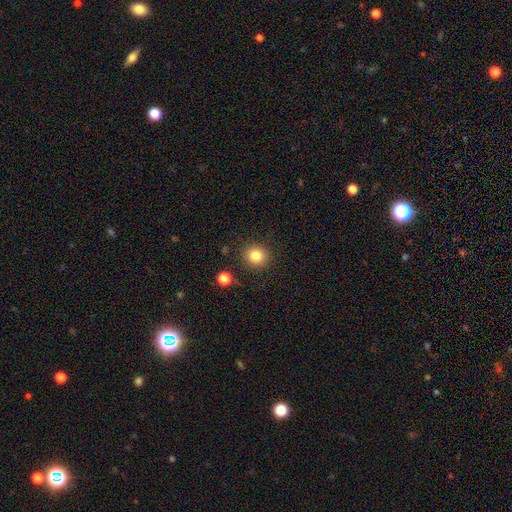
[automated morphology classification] Smooth or featured: smooth — 83% (star or artifact — 11%)
How rounded: round — 89% (in between — 10%)
Merging: none — 88% (minor disturbance — 7%)